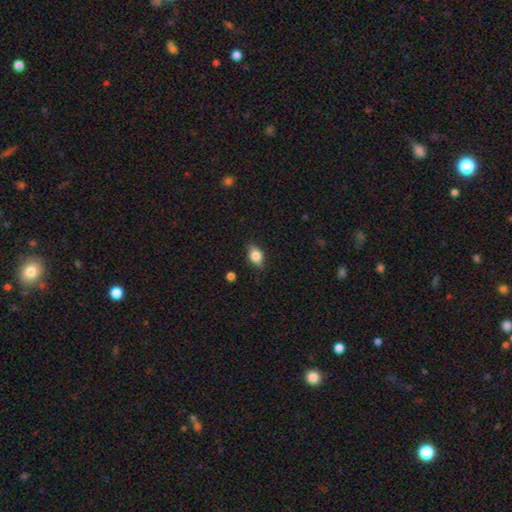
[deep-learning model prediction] Smooth or featured: smooth — 70% (featured or disk — 21%)
How rounded: in between — 74% (round — 21%)
Merging: none — 81% (minor disturbance — 15%)